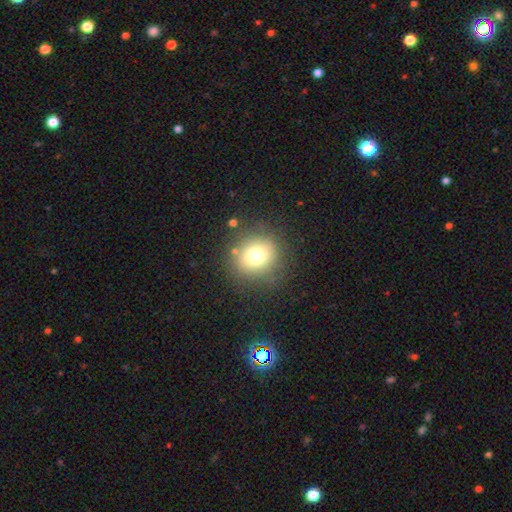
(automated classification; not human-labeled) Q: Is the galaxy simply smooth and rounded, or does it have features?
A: smooth — 74%.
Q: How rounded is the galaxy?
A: round — 87%.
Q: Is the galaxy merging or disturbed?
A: none — 83%.